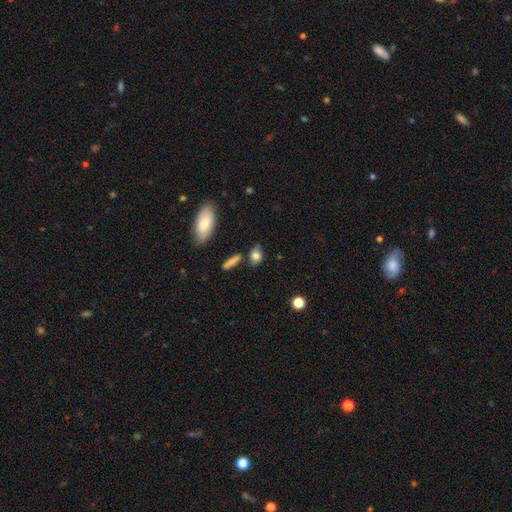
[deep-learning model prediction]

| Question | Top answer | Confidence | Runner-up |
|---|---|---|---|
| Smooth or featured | smooth | 76% | featured or disk (14%) |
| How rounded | in between | 62% | round (33%) |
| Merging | none | 60% | minor disturbance (22%) |